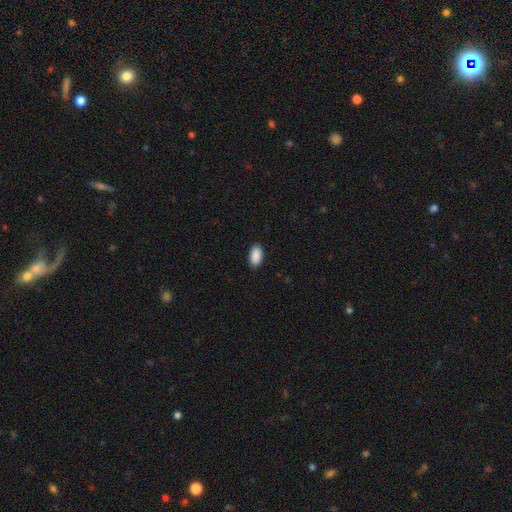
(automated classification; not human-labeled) Overall: smooth (91%). How rounded: in between (95%). Merging: none (89%).